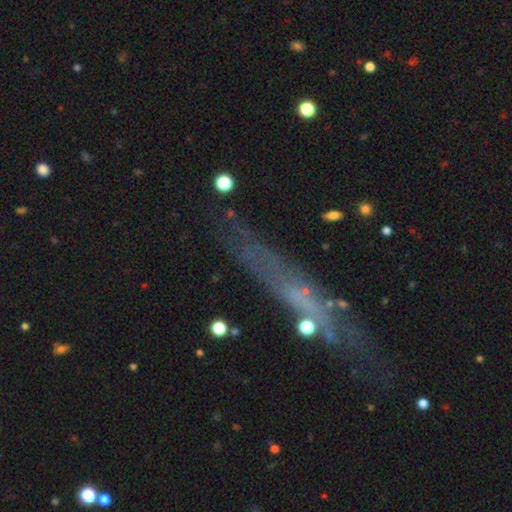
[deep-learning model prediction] Smooth or featured?
  - featured or disk: 47% *
  - smooth: 33%
  - star or artifact: 21%
Merging?
  - none: 75% *
  - minor disturbance: 15%
  - major disturbance: 6%
  - merger: 3%